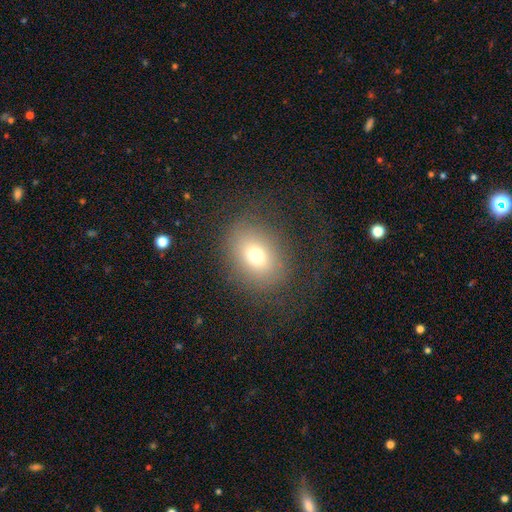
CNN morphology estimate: type=smooth (71%); roundness=in between (57%); merging=none (76%).